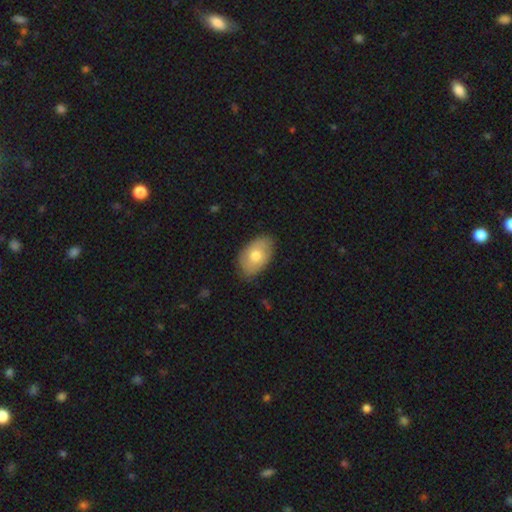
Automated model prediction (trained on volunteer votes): Overall: smooth (68%). How rounded: in between (91%). Merging: none (78%).